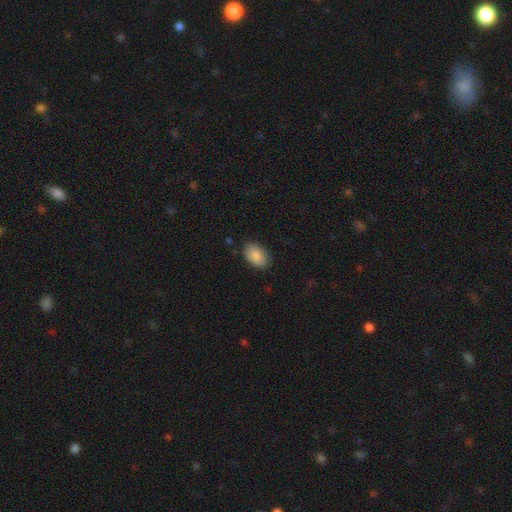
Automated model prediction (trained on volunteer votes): Smooth or featured? Predicted: smooth (p=0.88). How rounded? Predicted: in between (p=0.90). Merging? Predicted: none (p=0.83).